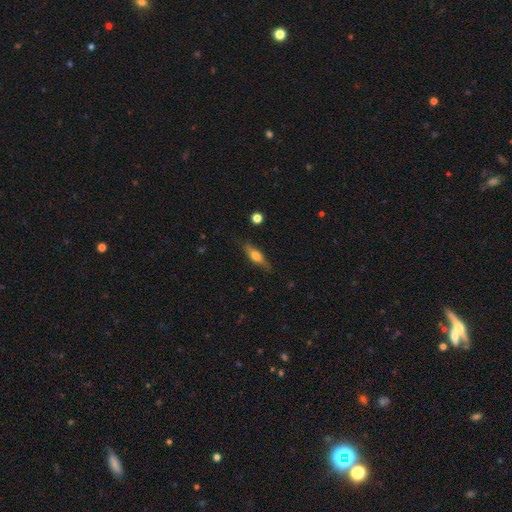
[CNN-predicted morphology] A smooth galaxy with no disk features (47%). Merging: none (82%).